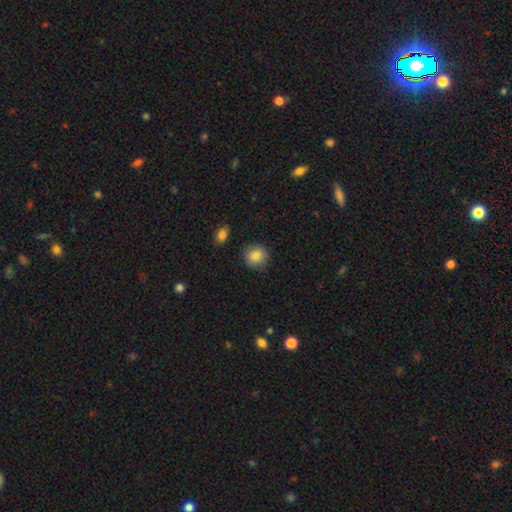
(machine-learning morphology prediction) Smooth or featured? smooth (86%)
How rounded? round (89%)
Merging? none (87%)